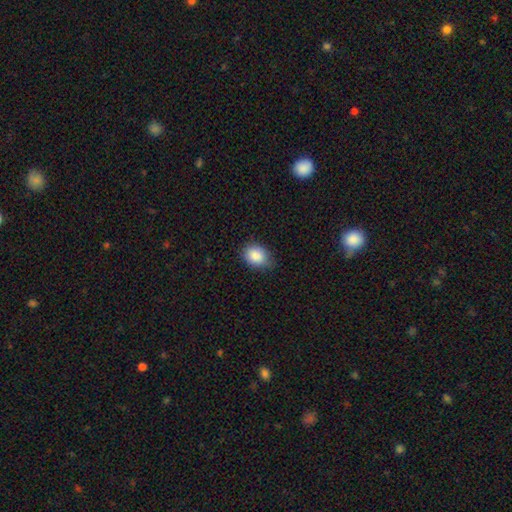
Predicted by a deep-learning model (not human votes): Smooth or featured? Predicted: smooth (p=0.87). How rounded? Predicted: in between (p=0.64). Merging? Predicted: none (p=0.71).